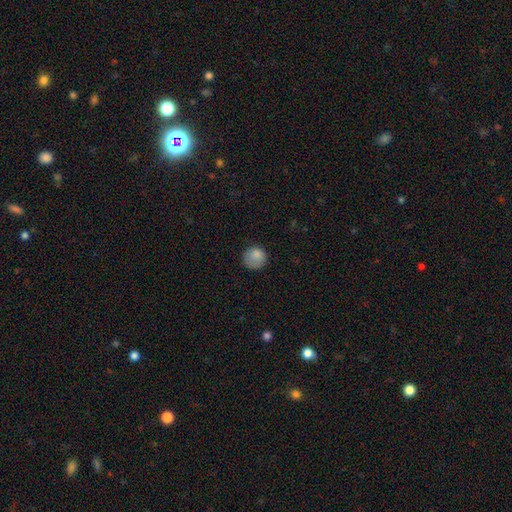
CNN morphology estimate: A smooth galaxy with no disk features (84%) that is round (87%).

Vote fractions:
- Smooth or featured? smooth: 84% / star or artifact: 9% / featured or disk: 7%
- How rounded? round: 87% / in between: 12% / cigar-shaped: 1%
- Merging? none: 71% / minor disturbance: 20% / major disturbance: 7% / merger: 1%